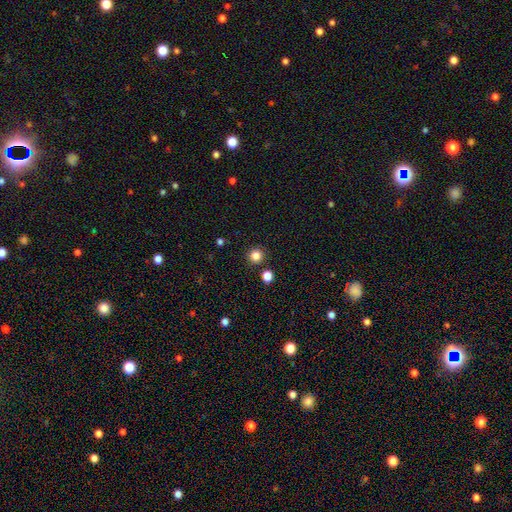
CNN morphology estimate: The model was most divided on "smooth or featured": smooth: 83%, star or artifact: 13%, featured or disk: 4%. More confident: how rounded — round (95%); merging — none (90%).